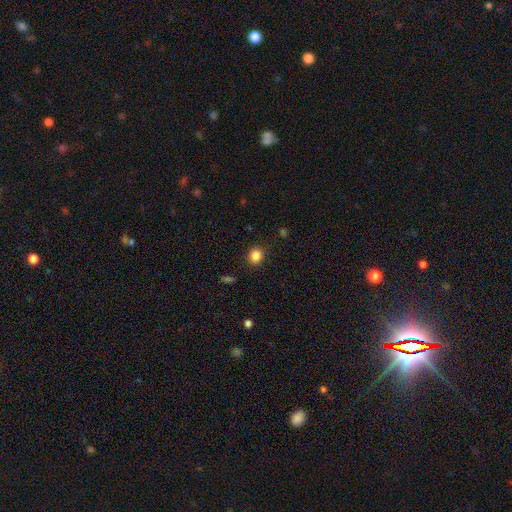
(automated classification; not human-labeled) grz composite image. It shows a smooth galaxy with no disk features (85%) that is round (78%). Merging: none (89%).